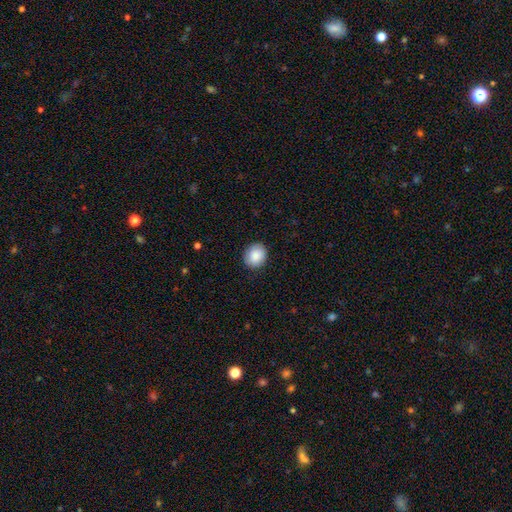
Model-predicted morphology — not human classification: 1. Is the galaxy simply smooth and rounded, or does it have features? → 88% smooth, 7% star or artifact, 5% featured or disk.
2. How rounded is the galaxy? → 69% round, 30% in between, 1% cigar-shaped.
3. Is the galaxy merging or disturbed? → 87% none, 10% minor disturbance, 2% major disturbance, 1% merger.